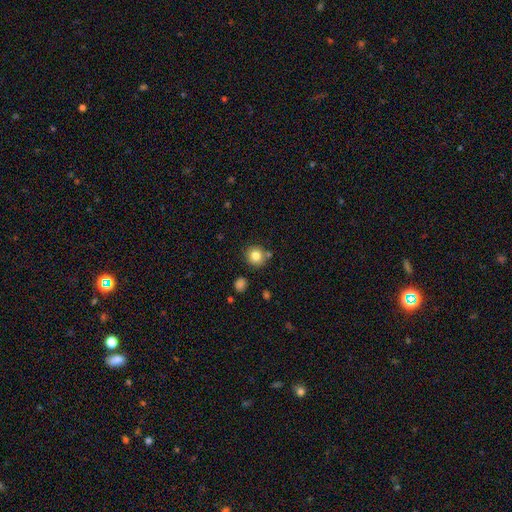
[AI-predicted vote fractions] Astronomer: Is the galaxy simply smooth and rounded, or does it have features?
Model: smooth — 82%.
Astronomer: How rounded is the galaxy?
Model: round — 89%.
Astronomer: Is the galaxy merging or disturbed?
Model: none — 79%.